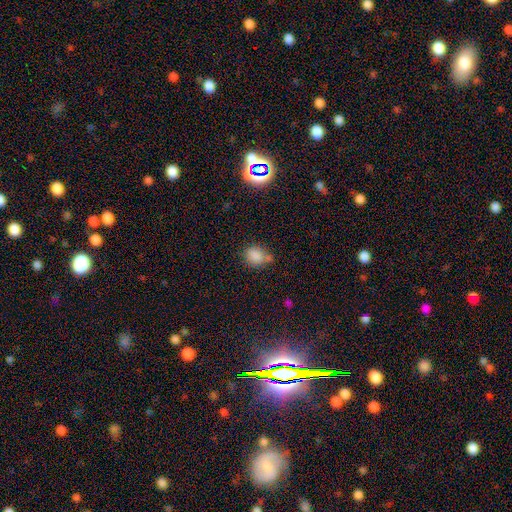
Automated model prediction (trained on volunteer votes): This is clearly a smooth galaxy (84%). How rounded: possibly round (58%). Merging: possibly none (58%).